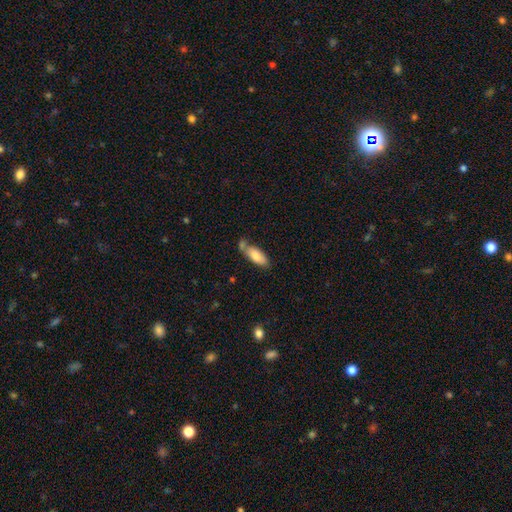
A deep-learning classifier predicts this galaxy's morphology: smooth_or_featured: smooth (p=0.79) [alt: featured or disk p=0.15]
how_rounded: in between (p=0.77) [alt: cigar-shaped p=0.21]
merging: none (p=0.49) [alt: merger p=0.25]